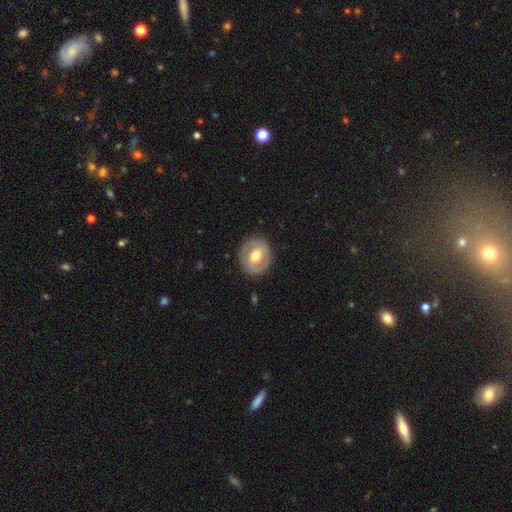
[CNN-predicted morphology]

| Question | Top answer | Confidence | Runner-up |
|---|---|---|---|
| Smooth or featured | featured or disk | 53% | smooth (41%) |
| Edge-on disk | no | 96% | yes (4%) |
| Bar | no | 42% | weak (40%) |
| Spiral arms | yes | 50% | tied: no (50%) |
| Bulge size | moderate | 75% | small (12%) |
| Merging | none | 85% | minor disturbance (10%) |